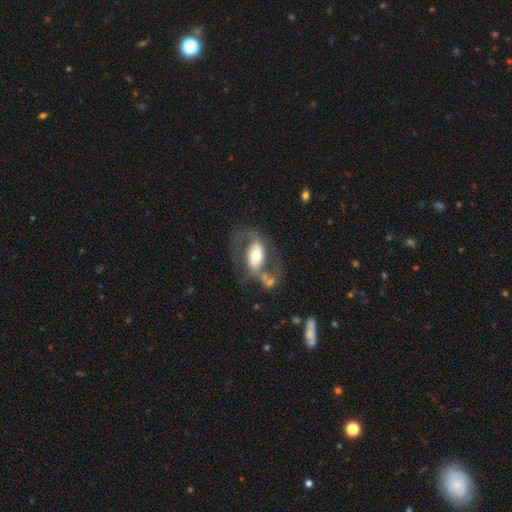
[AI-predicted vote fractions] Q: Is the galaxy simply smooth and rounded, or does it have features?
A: featured or disk — 64%.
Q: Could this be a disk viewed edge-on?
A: no — 93%.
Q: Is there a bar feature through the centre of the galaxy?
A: no — 45%.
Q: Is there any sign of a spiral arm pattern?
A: yes — 66%.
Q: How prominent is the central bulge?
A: moderate — 62%.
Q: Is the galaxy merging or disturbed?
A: none — 50%.